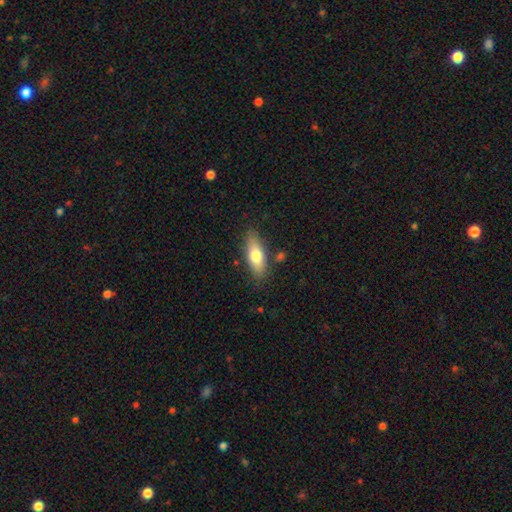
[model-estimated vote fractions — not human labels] Overall: smooth (68%). How rounded: in between (65%; cigar-shaped 32%). Merging: none (81%).